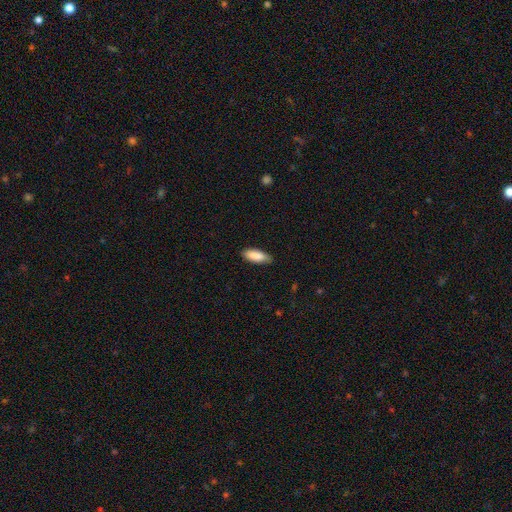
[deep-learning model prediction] Q: Smooth or featured?
A: smooth (88%); runner-up: featured or disk (6%)
Q: How rounded?
A: in between (73%); runner-up: cigar-shaped (25%)
Q: Merging?
A: none (82%); runner-up: minor disturbance (15%)